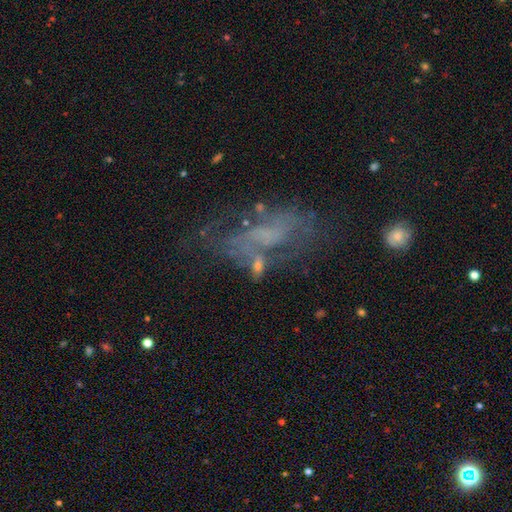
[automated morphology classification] A featured or disk galaxy (63%) with no bar (66%), spiral arms (51%) and no central bulge (60%). Merging: none (40%).